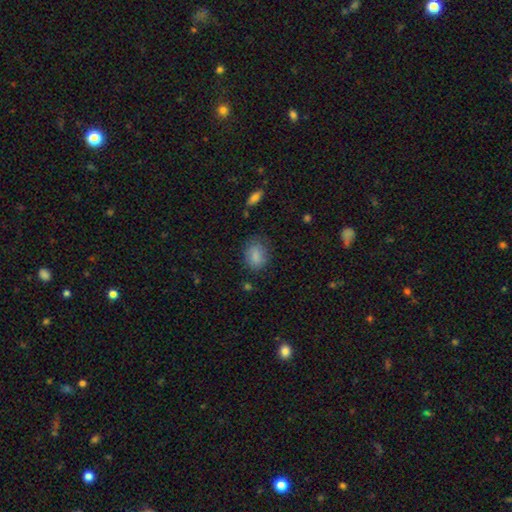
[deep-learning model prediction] Morphology: type=smooth (84%); roundness=in between (62%); merging=none (71%).